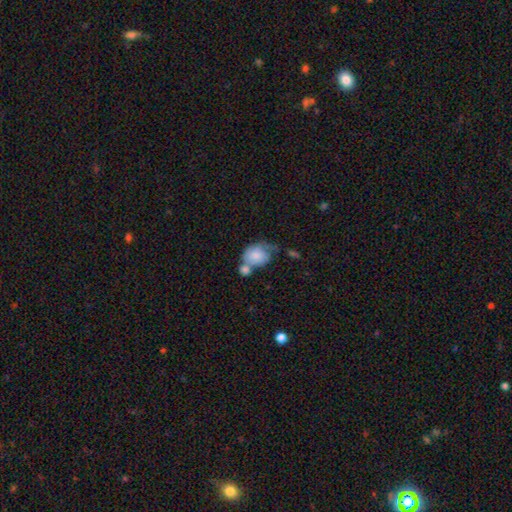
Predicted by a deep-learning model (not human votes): smooth_or_featured: smooth (p=0.75) [alt: featured or disk p=0.18]
how_rounded: in between (p=0.55) [alt: round p=0.44]
merging: merger (p=0.48) [alt: none p=0.20]